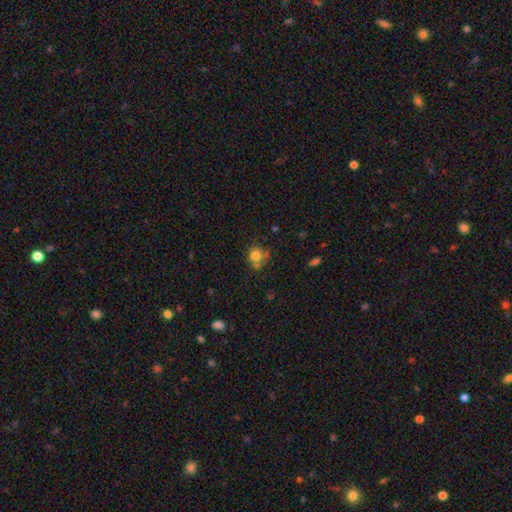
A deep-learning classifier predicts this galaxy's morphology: Smooth or featured: smooth — 77% (star or artifact — 12%)
How rounded: round — 81% (in between — 18%)
Merging: none — 56% (minor disturbance — 20%)